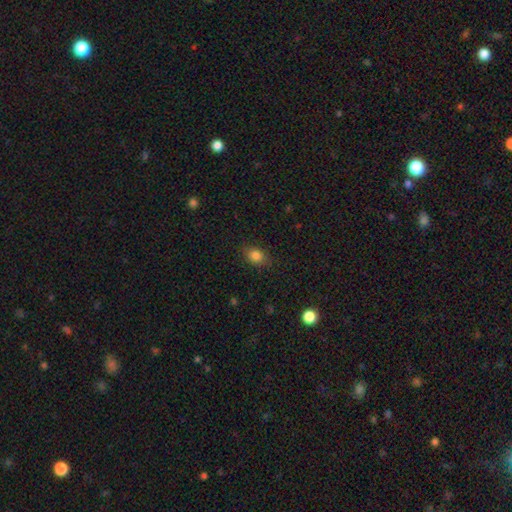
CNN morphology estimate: The model was most divided on "how rounded": in between: 70%, round: 29%, cigar-shaped: 2%. More confident: merging — none (84%); smooth or featured — smooth (83%).